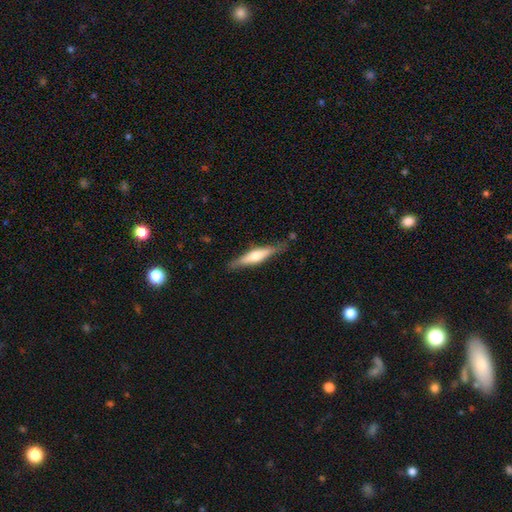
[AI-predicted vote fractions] A featured or disk galaxy (50%).

Vote fractions:
- Smooth or featured? featured or disk: 50% / smooth: 45% / star or artifact: 5%
- Merging? none: 80% / minor disturbance: 15% / major disturbance: 3% / merger: 2%